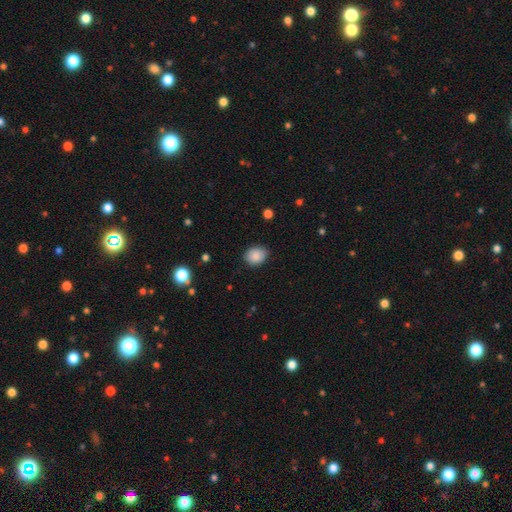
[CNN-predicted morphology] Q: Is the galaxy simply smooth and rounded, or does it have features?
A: smooth — 87%.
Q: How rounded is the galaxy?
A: in between — 52%.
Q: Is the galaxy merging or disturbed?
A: none — 81%.